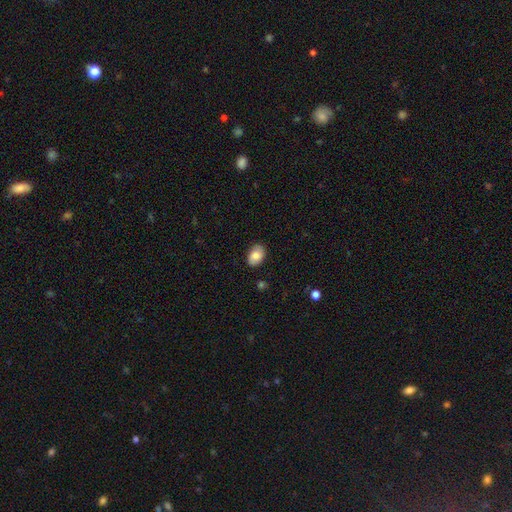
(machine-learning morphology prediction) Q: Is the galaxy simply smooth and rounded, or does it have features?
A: smooth — 83%.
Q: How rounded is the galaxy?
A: in between — 86%.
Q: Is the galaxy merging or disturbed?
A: none — 85%.